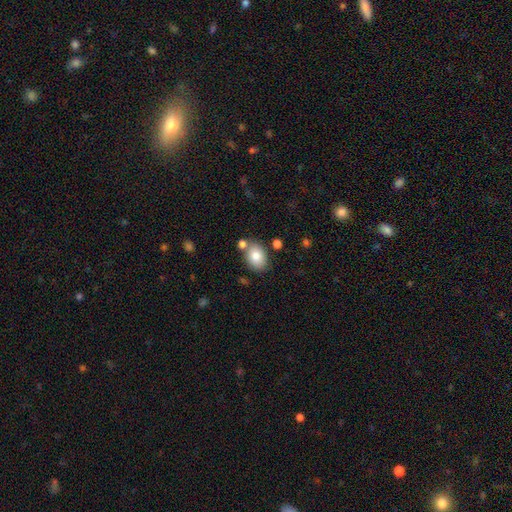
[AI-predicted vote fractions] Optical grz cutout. It shows a smooth galaxy with no disk features (82%) that is in between round and cigar-shaped (74%). Merging: none (72%).